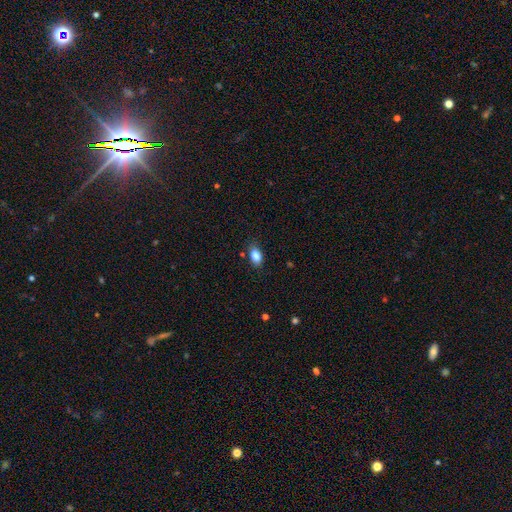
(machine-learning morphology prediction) Overall: smooth (86%). How rounded: in between (89%). Merging: none (81%).